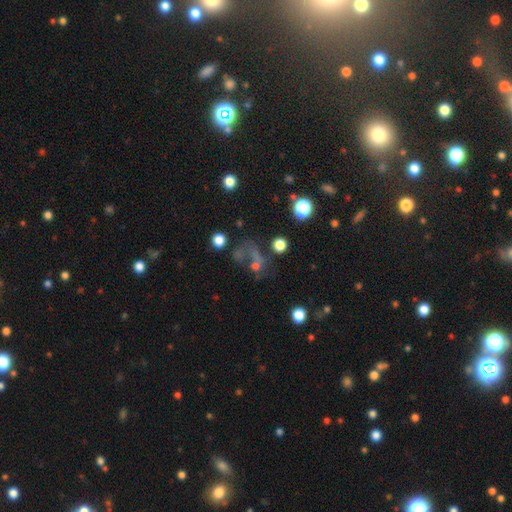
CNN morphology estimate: Smooth or featured?
  - smooth: 42% *
  - star or artifact: 33%
  - featured or disk: 25%
Merging?
  - none: 37% *
  - major disturbance: 29%
  - merger: 21%
  - minor disturbance: 13%